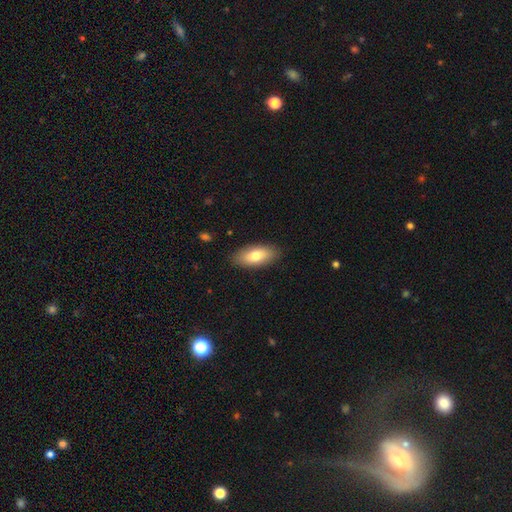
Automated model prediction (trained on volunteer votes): This appears to be a smooth galaxy with no disk features (76%) that is in between round and cigar-shaped (86%). Merging: none (87%).